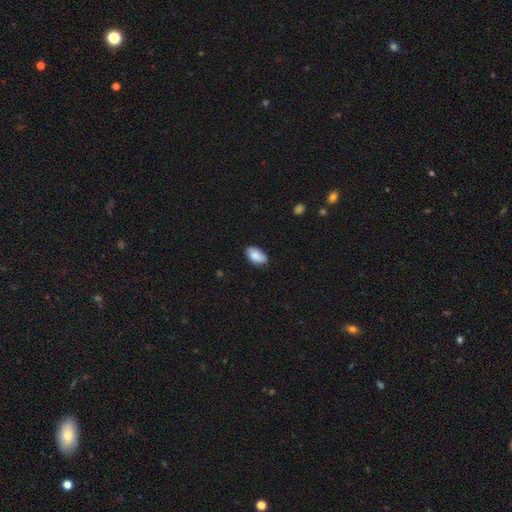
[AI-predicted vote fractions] Smooth or featured? Predicted: smooth (p=0.83). How rounded? Predicted: in between (p=0.94). Merging? Predicted: none (p=0.76).